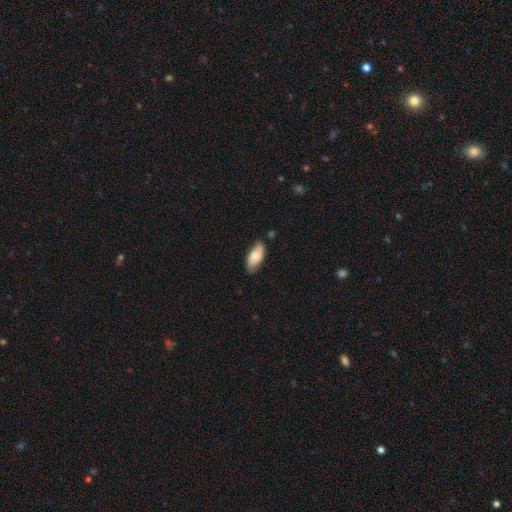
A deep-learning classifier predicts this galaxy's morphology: smooth-or-featured: smooth: 66% | featured or disk: 27% | star or artifact: 6%
  how-rounded: in between: 91% | cigar-shaped: 7% | round: 2%
  merging: none: 75% | minor disturbance: 19% | major disturbance: 3% | merger: 2%